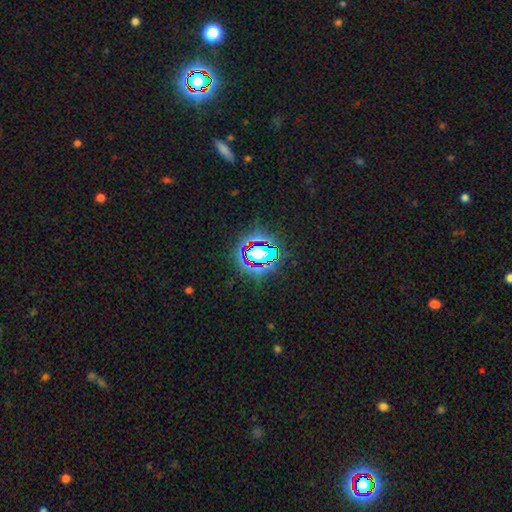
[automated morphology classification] A star or artifact, not a galaxy (65%).